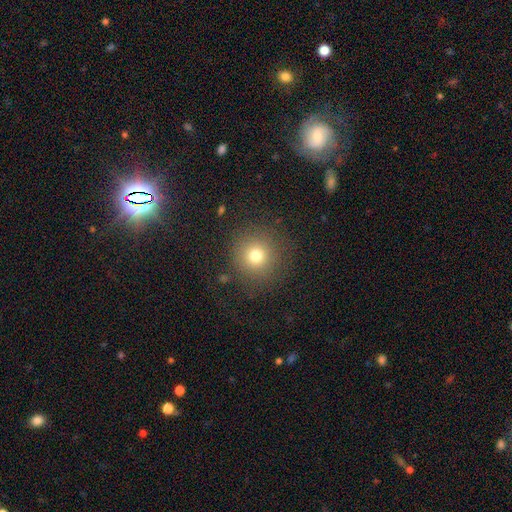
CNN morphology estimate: The model was most divided on "smooth or featured": smooth: 75%, star or artifact: 16%, featured or disk: 10%. More confident: how rounded — round (94%); merging — none (86%).